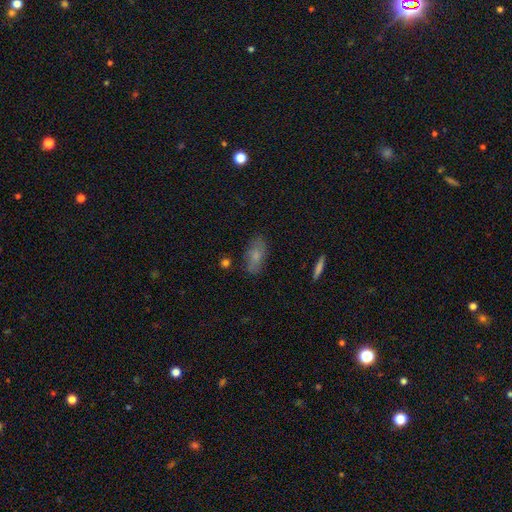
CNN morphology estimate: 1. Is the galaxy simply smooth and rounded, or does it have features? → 72% smooth, 20% featured or disk, 8% star or artifact.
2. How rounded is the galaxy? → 87% in between, 9% cigar-shaped, 4% round.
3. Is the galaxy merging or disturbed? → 78% none, 16% minor disturbance, 4% major disturbance, 2% merger.